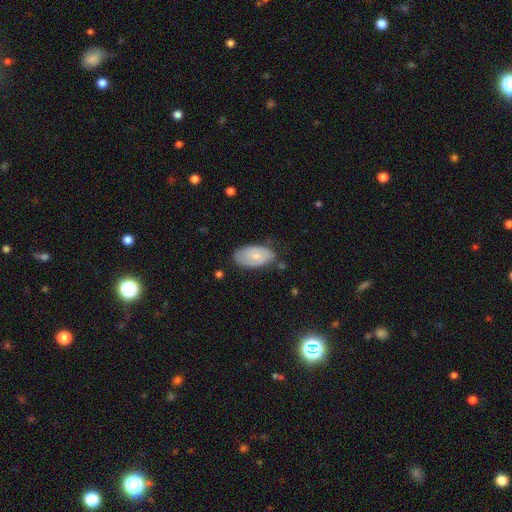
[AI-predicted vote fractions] This is likely a smooth galaxy (62%). How rounded: clearly in between (94%). Merging: likely none (69%).